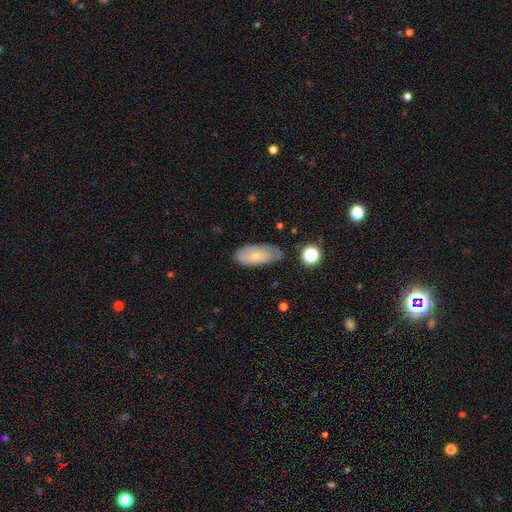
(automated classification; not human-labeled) smooth-or-featured: smooth: 66% | featured or disk: 27% | star or artifact: 8%
  how-rounded: in between: 87% | cigar-shaped: 10% | round: 3%
  merging: none: 63% | minor disturbance: 28% | major disturbance: 7% | merger: 2%